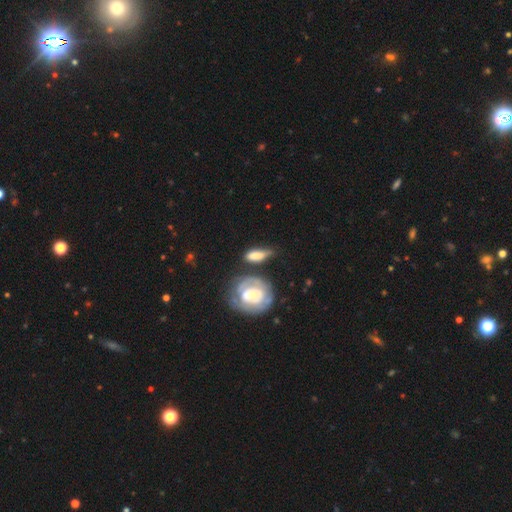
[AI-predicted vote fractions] The model was most divided on "smooth or featured": smooth: 60%, featured or disk: 34%, star or artifact: 6%. Remaining: how rounded — in between (67%); merging — none (50%).